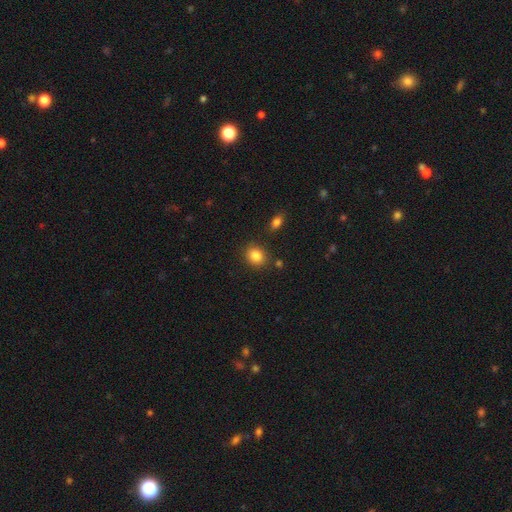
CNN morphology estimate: Smooth or featured?
  - smooth: 85% *
  - star or artifact: 10%
  - featured or disk: 5%
How rounded?
  - round: 66% *
  - in between: 33%
  - cigar-shaped: 1%
Merging?
  - none: 84% *
  - minor disturbance: 9%
  - merger: 4%
  - major disturbance: 3%